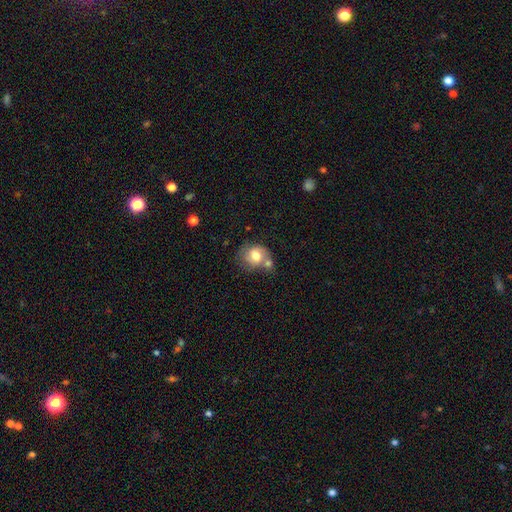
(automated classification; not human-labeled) smooth_or_featured: smooth (p=0.69) [alt: featured or disk p=0.23]
how_rounded: round (p=0.72) [alt: in between p=0.27]
merging: merger (p=0.38) [alt: none p=0.37]